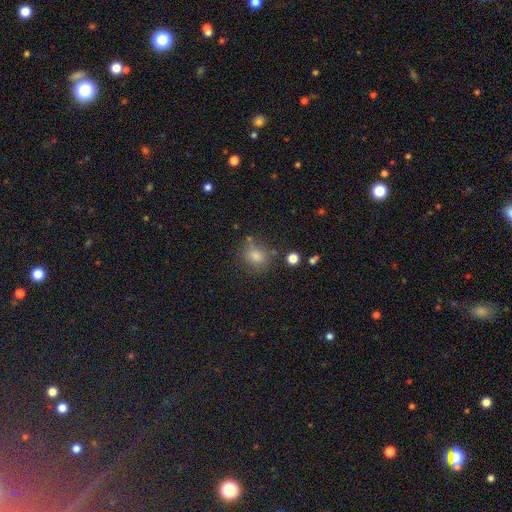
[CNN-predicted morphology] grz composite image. It shows a smooth galaxy with no disk features (72%) that is round (73%). Merging: none (73%).